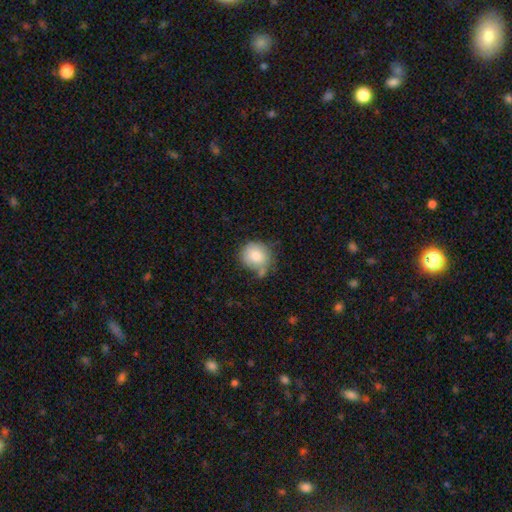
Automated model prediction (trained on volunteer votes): Smooth or featured? Predicted: smooth (p=0.79). How rounded? Predicted: round (p=0.84). Merging? Predicted: none (p=0.61).